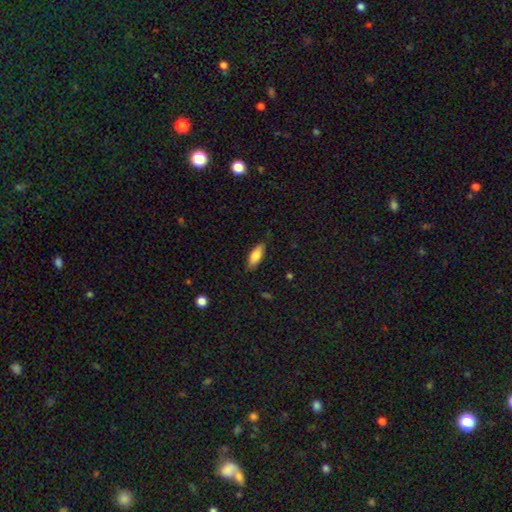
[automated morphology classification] A smooth galaxy with no disk features (81%) that is in between round and cigar-shaped (71%).

Vote fractions:
- Smooth or featured? smooth: 81% / featured or disk: 12% / star or artifact: 6%
- How rounded? in between: 71% / cigar-shaped: 27% / round: 2%
- Merging? none: 82% / minor disturbance: 14% / major disturbance: 3% / merger: 1%